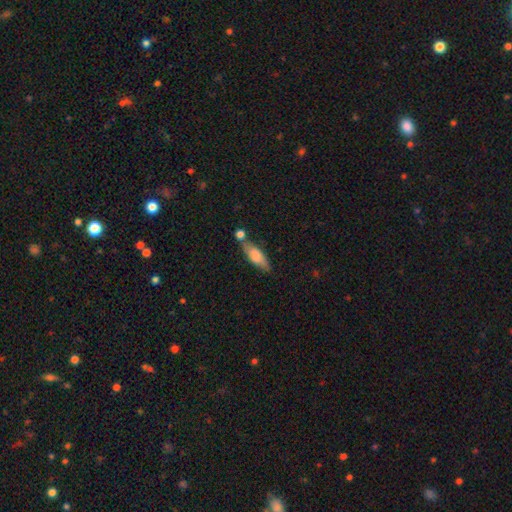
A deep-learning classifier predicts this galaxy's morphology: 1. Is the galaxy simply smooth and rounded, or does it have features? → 70% smooth, 24% featured or disk, 6% star or artifact.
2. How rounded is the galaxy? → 54% in between, 43% cigar-shaped, 3% round.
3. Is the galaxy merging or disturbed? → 57% none, 23% merger, 16% minor disturbance, 5% major disturbance.